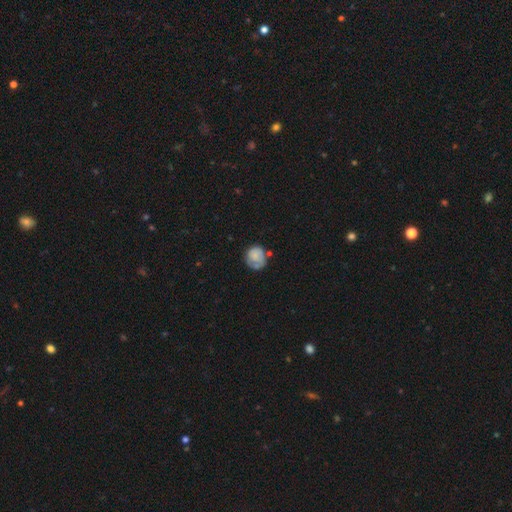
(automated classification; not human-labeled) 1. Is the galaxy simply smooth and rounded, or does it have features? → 65% smooth, 27% featured or disk, 8% star or artifact.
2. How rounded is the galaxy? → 77% round, 22% in between, 1% cigar-shaped.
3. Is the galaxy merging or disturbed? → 55% none, 28% minor disturbance, 11% major disturbance, 6% merger.